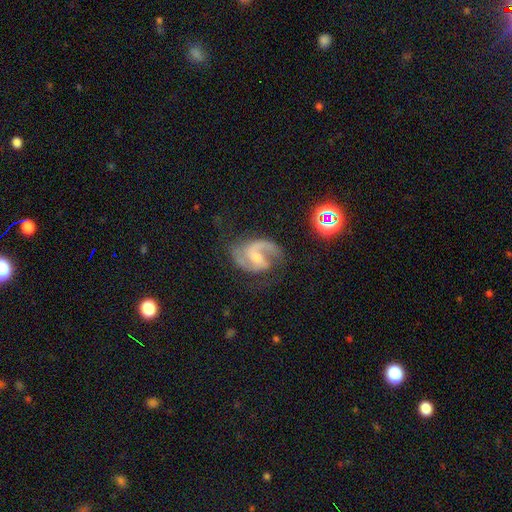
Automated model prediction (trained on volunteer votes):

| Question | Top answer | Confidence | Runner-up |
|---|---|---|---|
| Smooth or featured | featured or disk | 88% | smooth (7%) |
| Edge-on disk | no | 98% | yes (2%) |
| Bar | weak | 52% | no (32%) |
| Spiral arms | yes | 97% | no (3%) |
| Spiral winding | medium | 57% | loose (26%) |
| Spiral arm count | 2 | 78% | 1 (13%) |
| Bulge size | small | 48% | moderate (41%) |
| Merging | none | 61% | minor disturbance (20%) |